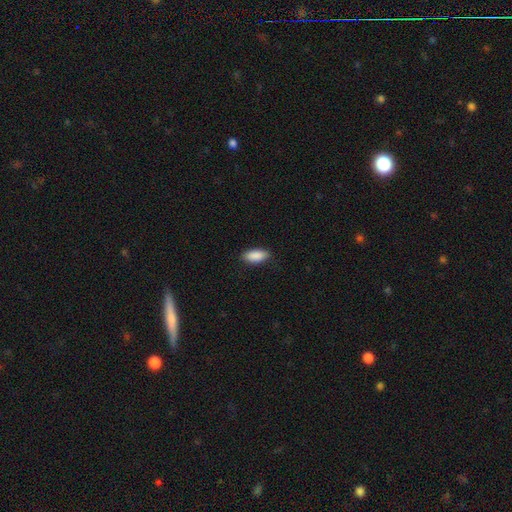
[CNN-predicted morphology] smooth-or-featured: smooth: 90% | star or artifact: 6% | featured or disk: 4%
  how-rounded: in between: 88% | cigar-shaped: 10% | round: 2%
  merging: none: 88% | minor disturbance: 9% | major disturbance: 2% | merger: 1%